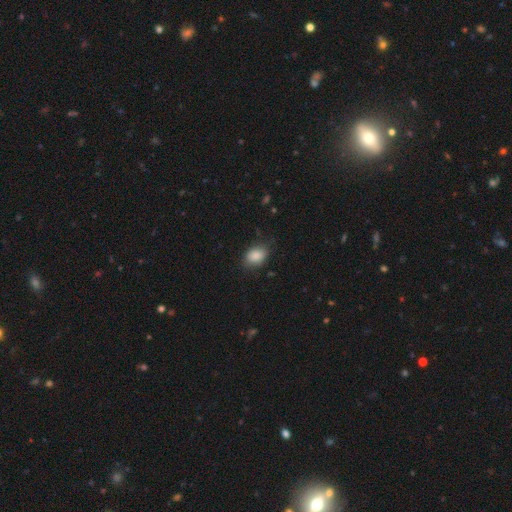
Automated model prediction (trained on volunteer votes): The model was most divided on "how rounded": in between: 79%, round: 20%, cigar-shaped: 1%. More confident: smooth or featured — smooth (87%); merging — none (77%).